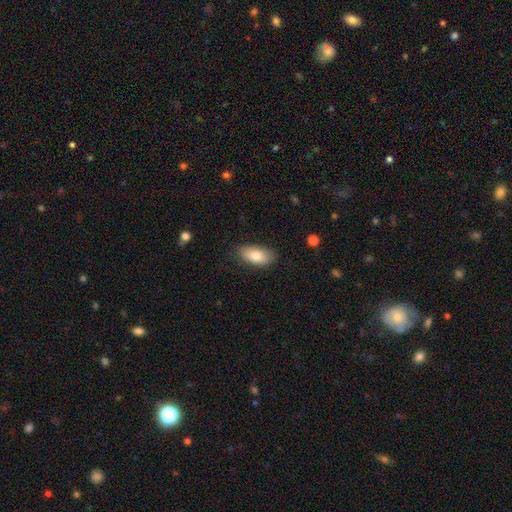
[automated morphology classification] Smooth or featured?
  - smooth: 80% *
  - featured or disk: 14%
  - star or artifact: 7%
How rounded?
  - in between: 90% *
  - cigar-shaped: 6%
  - round: 3%
Merging?
  - none: 81% *
  - minor disturbance: 15%
  - major disturbance: 3%
  - merger: 1%